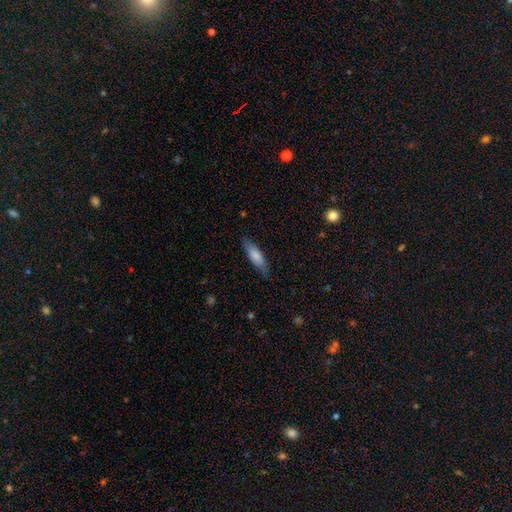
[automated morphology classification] Smooth or featured? smooth (78%)
How rounded? cigar-shaped (49%, tied with in between)
Merging? none (80%)